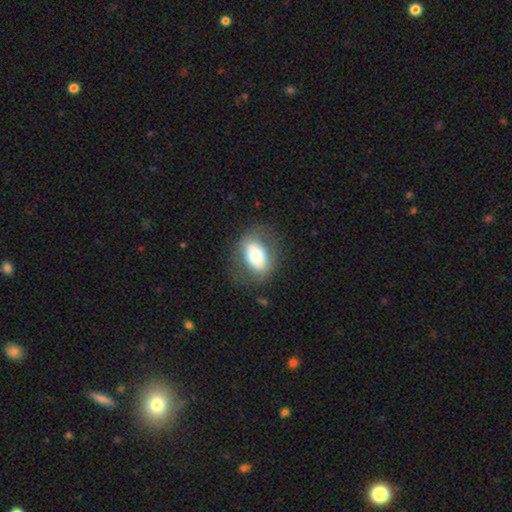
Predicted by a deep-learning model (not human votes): Smooth or featured? Predicted: smooth (p=0.59). How rounded? Predicted: in between (p=0.74). Merging? Predicted: none (p=0.74).